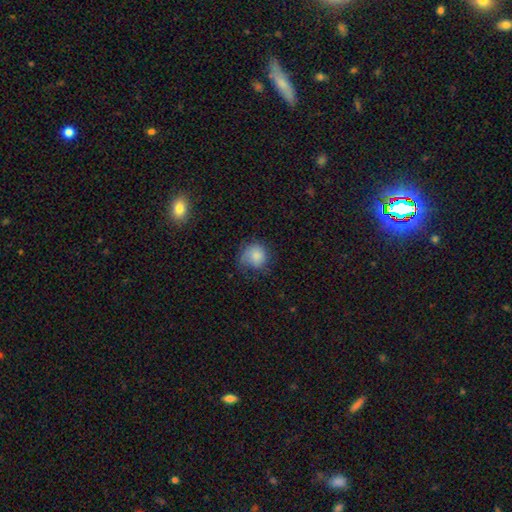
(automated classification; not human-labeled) Overall: smooth (79%). How rounded: round (82%). Merging: none (50%; minor disturbance 29%).